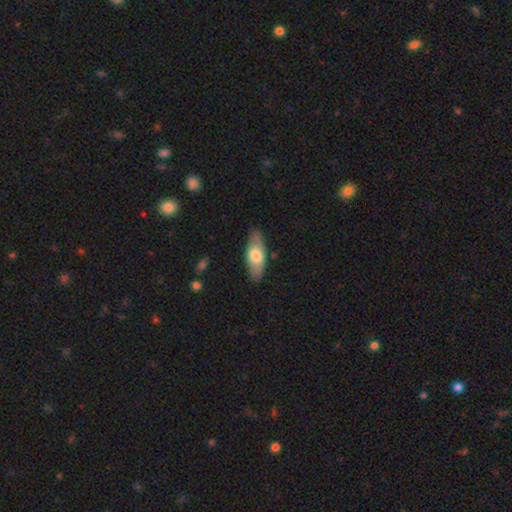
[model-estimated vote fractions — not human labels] Smooth or featured? Predicted: smooth (p=0.65). How rounded? Predicted: in between (p=0.77). Merging? Predicted: none (p=0.83).